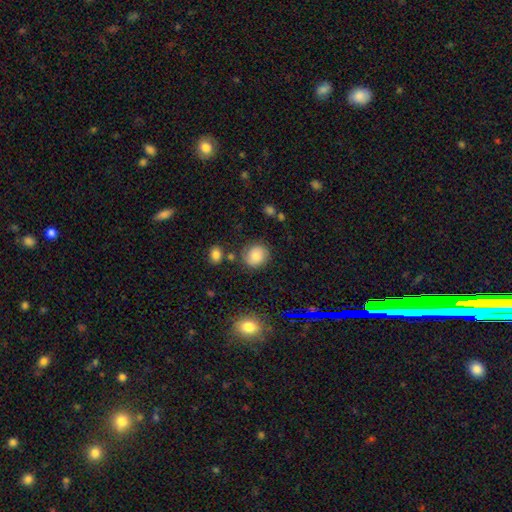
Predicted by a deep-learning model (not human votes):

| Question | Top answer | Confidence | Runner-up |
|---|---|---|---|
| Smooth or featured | smooth | 78% | featured or disk (12%) |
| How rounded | round | 74% | in between (25%) |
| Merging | none | 78% | minor disturbance (14%) |